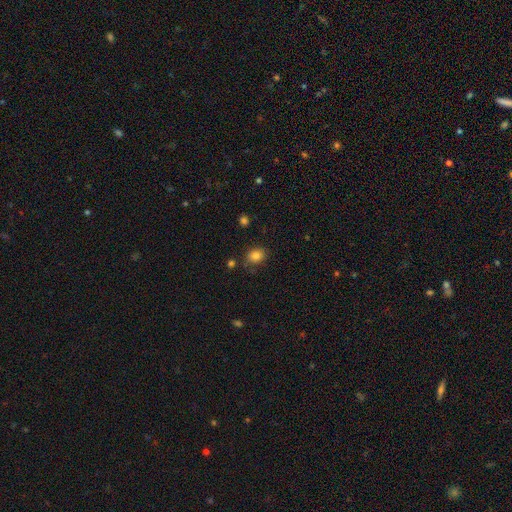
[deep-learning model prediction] smooth-or-featured: smooth: 83% | star or artifact: 11% | featured or disk: 6%
  how-rounded: round: 52% | in between: 47% | cigar-shaped: 1%
  merging: none: 80% | minor disturbance: 13% | major disturbance: 4% | merger: 3%